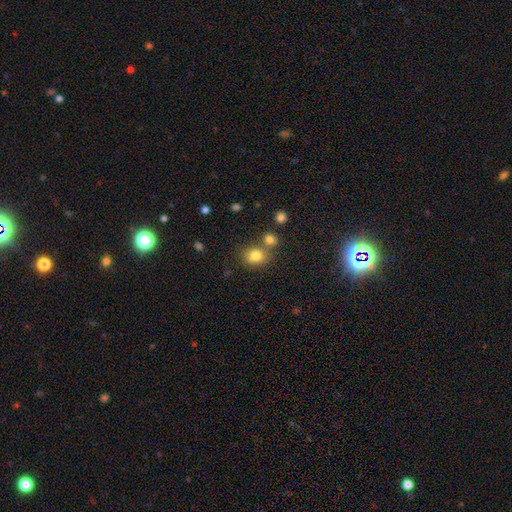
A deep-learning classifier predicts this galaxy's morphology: A smooth galaxy with no disk features (80%) that is round (58%). Merging: none (63%).